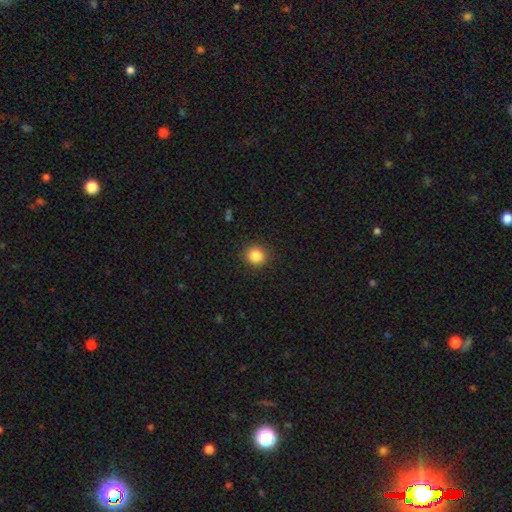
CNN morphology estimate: Q: Smooth or featured?
A: smooth (85%); runner-up: star or artifact (11%)
Q: How rounded?
A: round (87%); runner-up: in between (12%)
Q: Merging?
A: none (90%); runner-up: minor disturbance (7%)